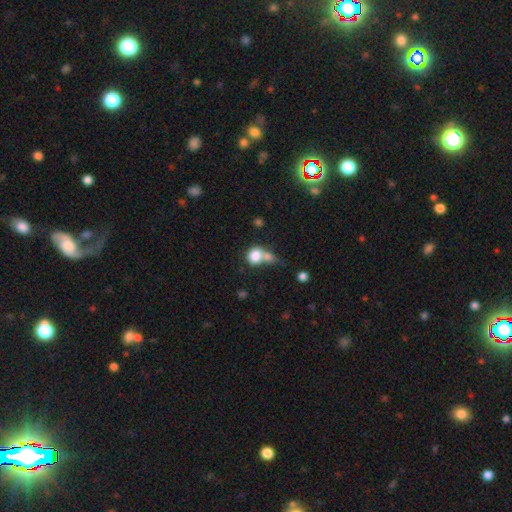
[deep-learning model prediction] Smooth or featured? Predicted: smooth (p=0.81). How rounded? Predicted: round (p=0.68). Merging? Predicted: merger (p=0.54).